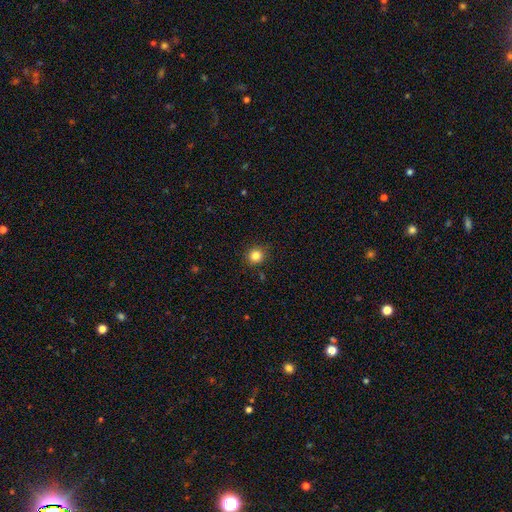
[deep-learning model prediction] smooth_or_featured: smooth (p=0.83) [alt: star or artifact p=0.12]
how_rounded: round (p=0.89) [alt: in between p=0.10]
merging: none (p=0.89) [alt: minor disturbance p=0.07]